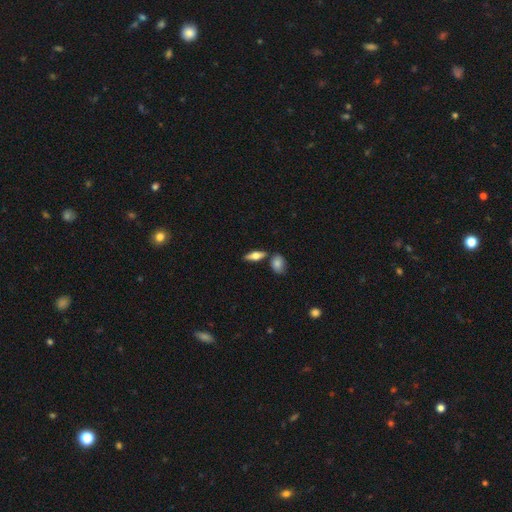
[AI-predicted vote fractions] This is possibly a smooth galaxy (55%). How rounded: possibly in between (59%). Merging: likely none (74%).